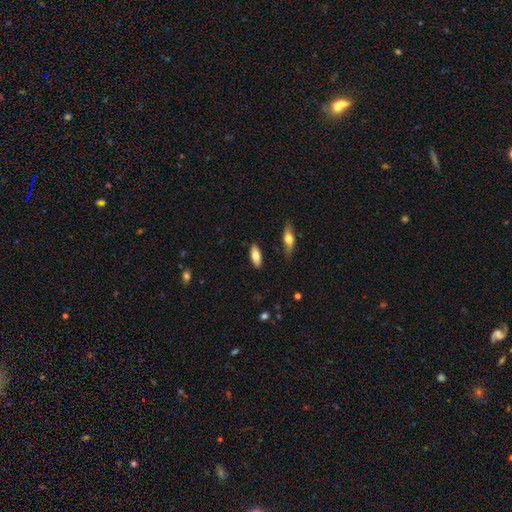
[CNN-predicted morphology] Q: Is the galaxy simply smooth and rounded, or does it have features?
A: smooth — 74%.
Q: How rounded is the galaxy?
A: in between — 79%.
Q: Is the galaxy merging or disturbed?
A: none — 86%.